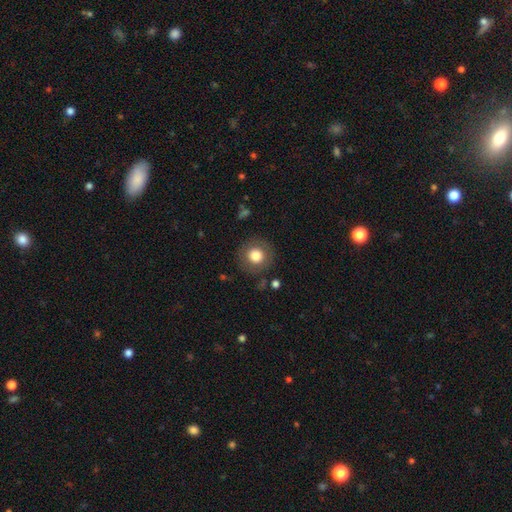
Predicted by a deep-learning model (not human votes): A smooth galaxy with no disk features (77%) that is round (94%). Merging: none (87%).